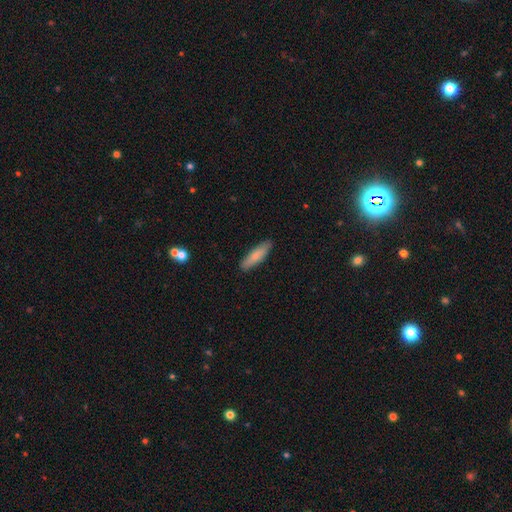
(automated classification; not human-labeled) A smooth galaxy with no disk features (80%) that is cigar-shaped (67%).

Vote fractions:
- Smooth or featured? smooth: 80% / featured or disk: 15% / star or artifact: 6%
- How rounded? cigar-shaped: 67% / in between: 31% / round: 2%
- Merging? none: 88% / minor disturbance: 9% / major disturbance: 2% / merger: 1%